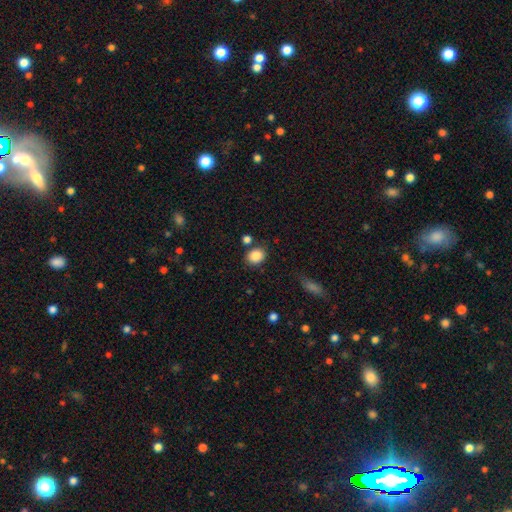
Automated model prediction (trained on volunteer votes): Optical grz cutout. It shows a smooth galaxy with no disk features (87%) that is round (55%). Merging: none (78%).